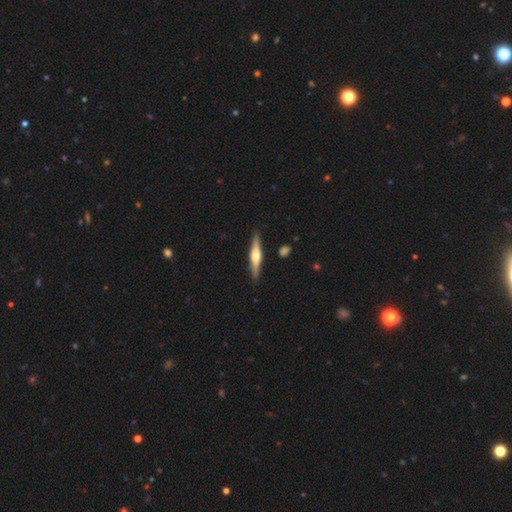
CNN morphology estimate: smooth_or_featured: featured or disk (p=0.62) [alt: smooth p=0.32]
disk_edge_on: yes (p=0.96) [alt: no p=0.04]
edge_on_bulge: rounded (p=0.90) [alt: boxy p=0.06]
merging: none (p=0.88) [alt: minor disturbance p=0.08]